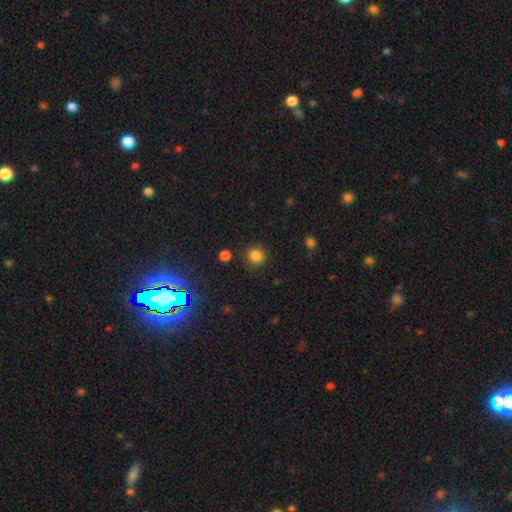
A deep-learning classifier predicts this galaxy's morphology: This appears to be a smooth galaxy with no disk features (82%) that is round (83%). Merging: none (85%).